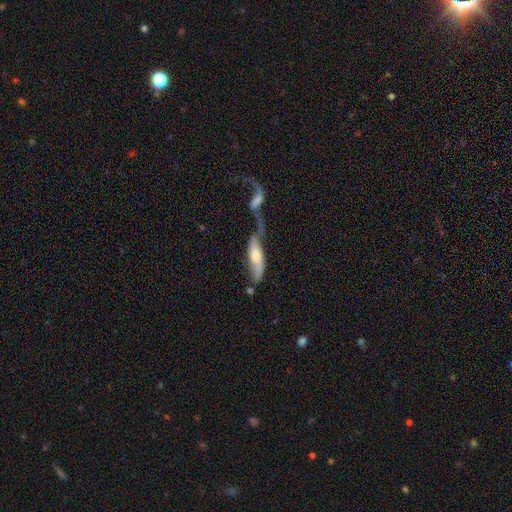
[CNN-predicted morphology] A smooth galaxy with no disk features (51%) that is cigar-shaped (54%).

Vote fractions:
- Smooth or featured? smooth: 51% / featured or disk: 43% / star or artifact: 6%
- How rounded? cigar-shaped: 54% / in between: 44% / round: 2%
- Merging? merger: 59% / major disturbance: 15% / none: 15% / minor disturbance: 11%